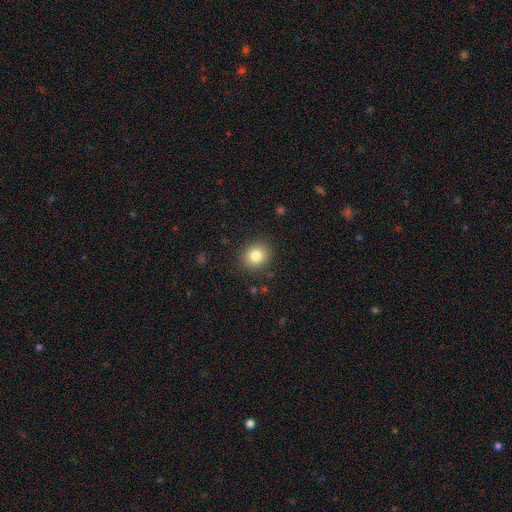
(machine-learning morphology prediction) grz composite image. It shows a smooth galaxy with no disk features (82%) that is round (73%). Merging: none (88%).